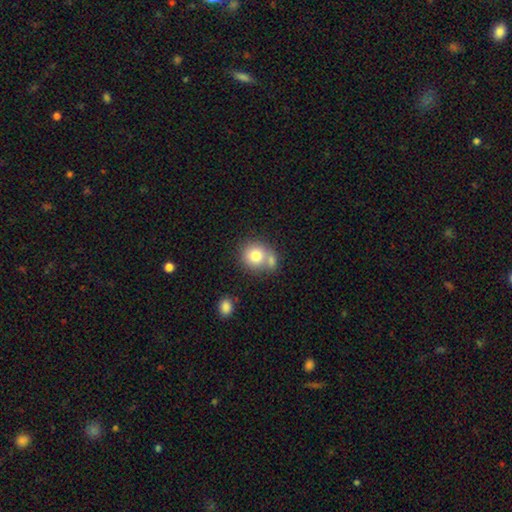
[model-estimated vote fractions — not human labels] Morphology: type=smooth (76%); roundness=round (83%); merging=none (48%).